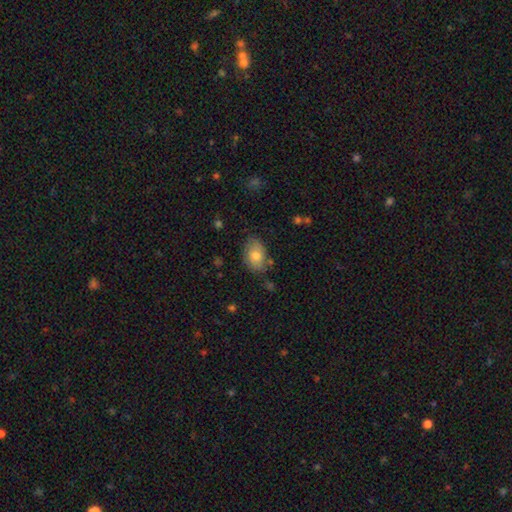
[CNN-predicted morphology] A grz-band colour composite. It shows a smooth galaxy with no disk features (77%) that is in between round and cigar-shaped (85%). Merging: none (72%).